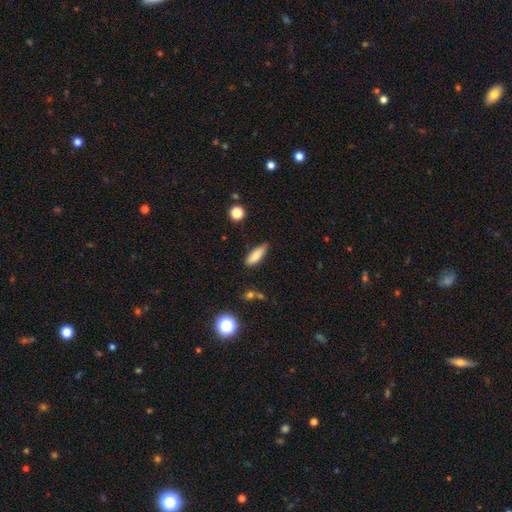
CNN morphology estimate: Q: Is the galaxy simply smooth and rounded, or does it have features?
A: smooth — 83%.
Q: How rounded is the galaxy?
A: in between — 58%.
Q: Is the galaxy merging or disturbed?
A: none — 74%.